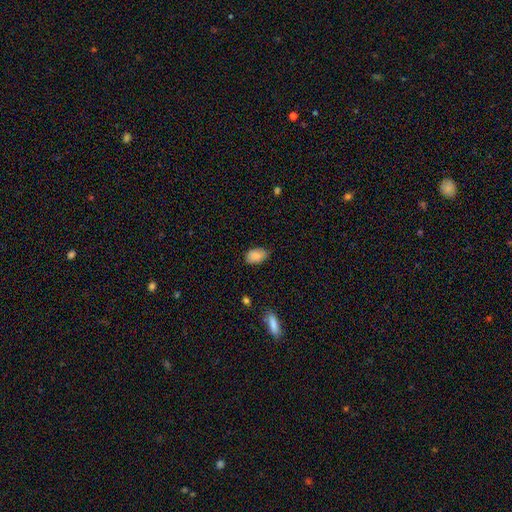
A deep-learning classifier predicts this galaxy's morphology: This appears to be a smooth galaxy with no disk features (85%) that is in between round and cigar-shaped (90%). Merging: none (75%).